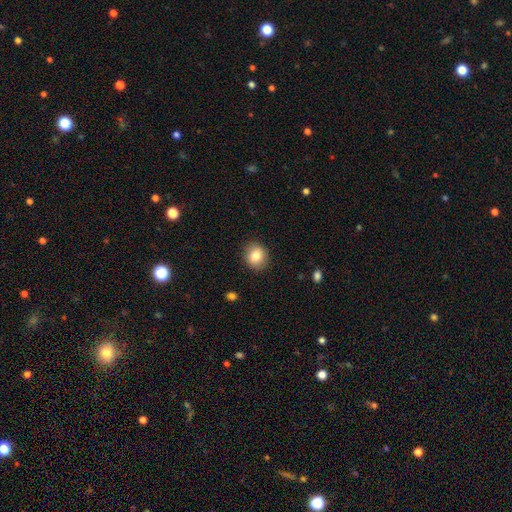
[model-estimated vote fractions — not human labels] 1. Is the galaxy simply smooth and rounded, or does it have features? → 83% smooth, 9% star or artifact, 8% featured or disk.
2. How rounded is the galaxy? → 77% round, 22% in between, 1% cigar-shaped.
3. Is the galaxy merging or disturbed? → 89% none, 8% minor disturbance, 2% major disturbance, 1% merger.